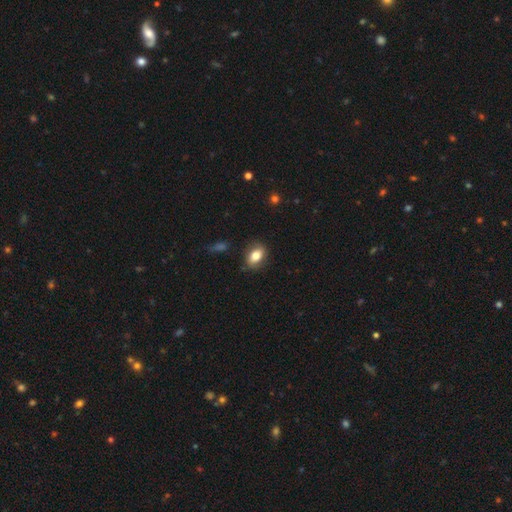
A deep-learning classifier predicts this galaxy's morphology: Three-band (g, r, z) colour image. It shows a smooth galaxy with no disk features (78%) that is in between round and cigar-shaped (82%). Merging: none (81%).